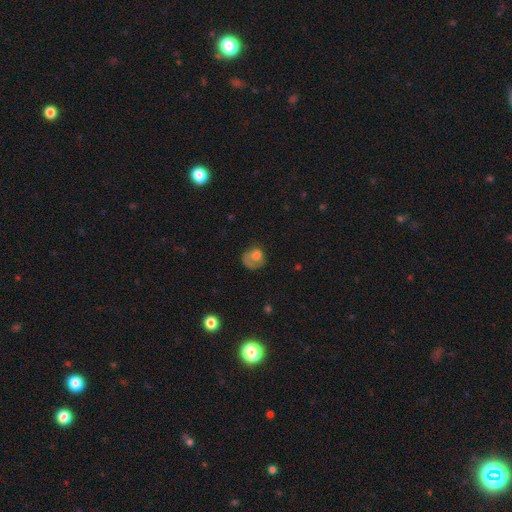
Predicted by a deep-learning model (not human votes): Smooth or featured? smooth (54%)
How rounded? round (64%)
Merging? none (42%)